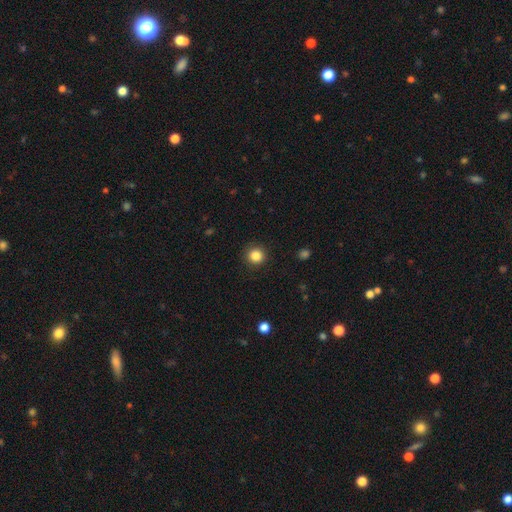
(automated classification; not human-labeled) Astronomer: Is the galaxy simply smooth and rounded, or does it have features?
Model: smooth — 85%.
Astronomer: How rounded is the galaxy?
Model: round — 92%.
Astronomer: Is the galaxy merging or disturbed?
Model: none — 90%.